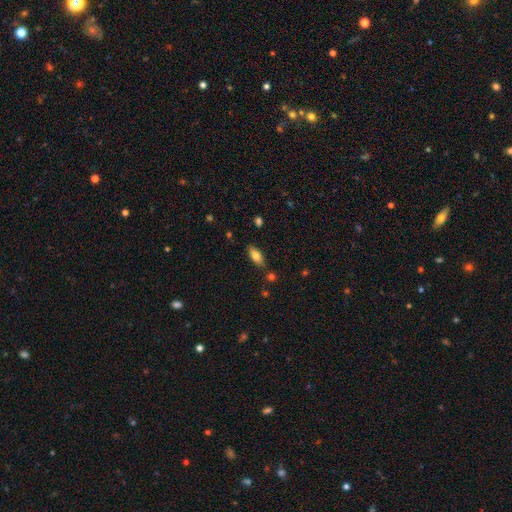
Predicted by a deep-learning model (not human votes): Smooth or featured? Predicted: smooth (p=0.77). How rounded? Predicted: in between (p=0.83). Merging? Predicted: none (p=0.82).